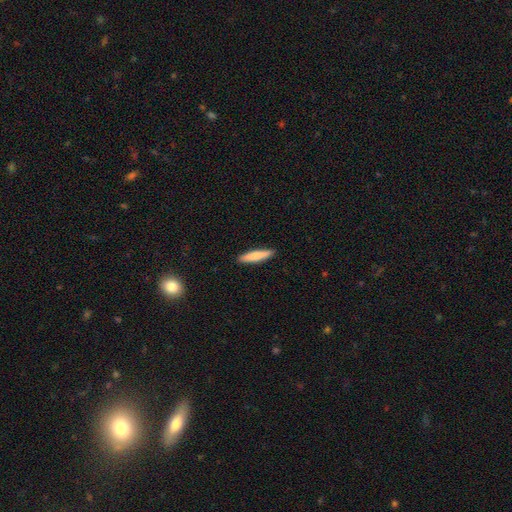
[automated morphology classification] Smooth or featured?
  - smooth: 80% *
  - featured or disk: 15%
  - star or artifact: 5%
How rounded?
  - cigar-shaped: 86% *
  - in between: 13%
  - round: 1%
Merging?
  - none: 91% *
  - minor disturbance: 7%
  - major disturbance: 1%
  - merger: 1%